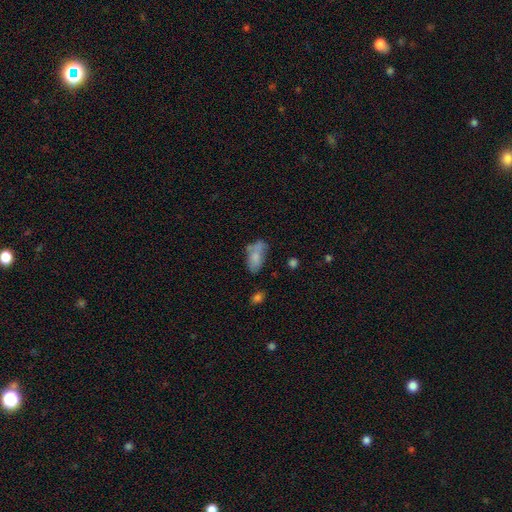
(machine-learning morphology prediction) smooth-or-featured: smooth: 71% | featured or disk: 20% | star or artifact: 9%
  how-rounded: in between: 88% | cigar-shaped: 7% | round: 4%
  merging: none: 39% | minor disturbance: 27% | merger: 18% | major disturbance: 16%